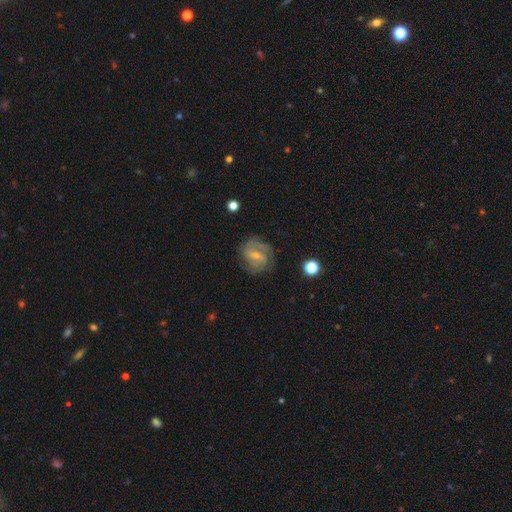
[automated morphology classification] Q: Smooth or featured?
A: featured or disk (78%); runner-up: smooth (15%)
Q: Edge-on disk?
A: no (97%); runner-up: yes (3%)
Q: Bar?
A: weak (52%); runner-up: strong (30%)
Q: Spiral arms?
A: yes (92%); runner-up: no (8%)
Q: Spiral winding?
A: medium (44%); runner-up: tight (43%)
Q: Spiral arm count?
A: 2 (60%); runner-up: can't tell (18%)
Q: Bulge size?
A: small (59%); runner-up: moderate (31%)
Q: Merging?
A: none (72%); runner-up: minor disturbance (17%)